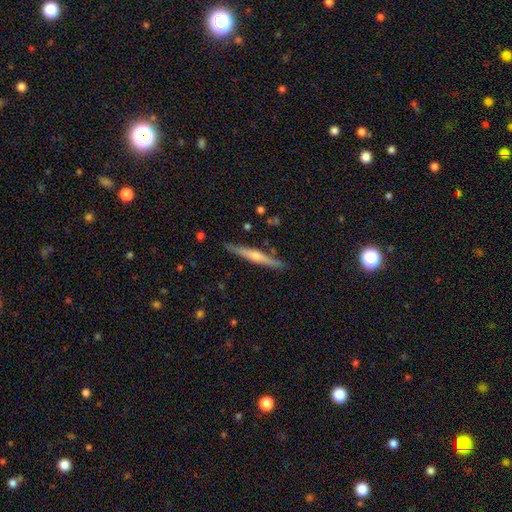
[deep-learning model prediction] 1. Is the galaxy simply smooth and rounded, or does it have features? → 72% featured or disk, 22% smooth, 6% star or artifact.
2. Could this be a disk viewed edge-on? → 97% yes, 3% no.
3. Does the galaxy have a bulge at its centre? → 82% rounded, 12% none, 5% boxy.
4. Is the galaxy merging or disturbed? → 89% none, 8% minor disturbance, 2% merger, 2% major disturbance.